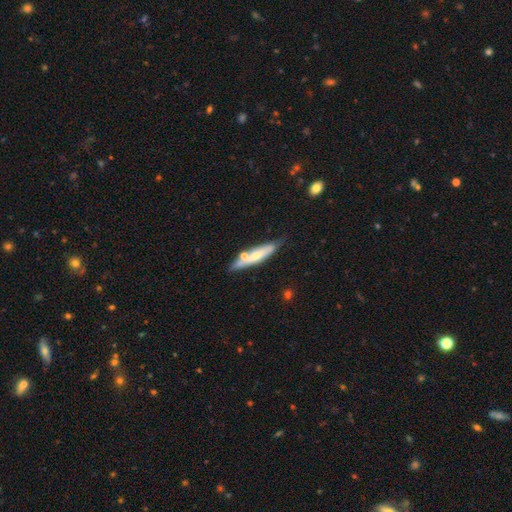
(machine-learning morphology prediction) Q: Smooth or featured?
A: smooth (54%); runner-up: featured or disk (40%)
Q: How rounded?
A: cigar-shaped (80%); runner-up: in between (19%)
Q: Merging?
A: none (63%); runner-up: minor disturbance (19%)